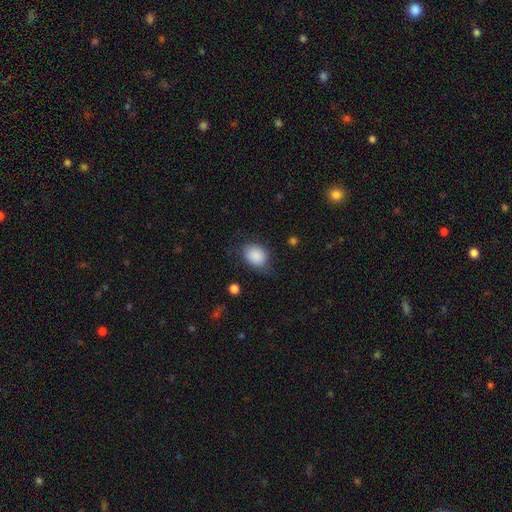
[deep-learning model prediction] Smooth or featured? smooth (86%)
How rounded? in between (59%)
Merging? none (66%)